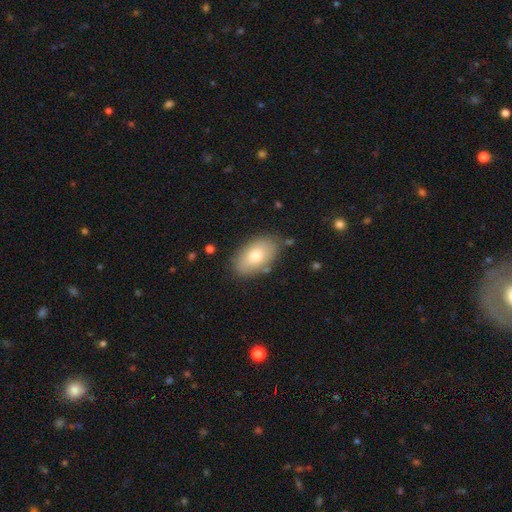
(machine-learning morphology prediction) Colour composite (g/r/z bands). It shows a smooth galaxy with no disk features (75%) that is in between round and cigar-shaped (93%). Merging: none (82%).